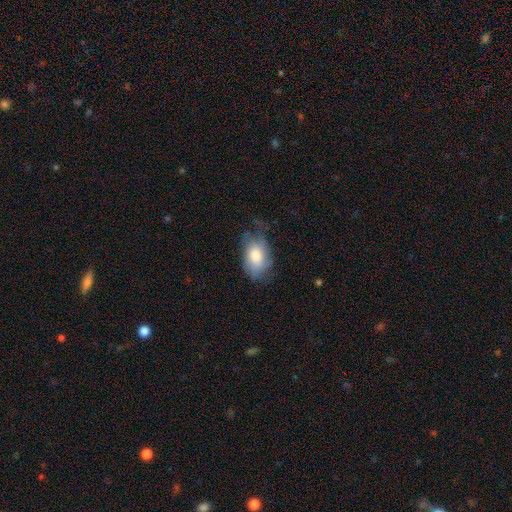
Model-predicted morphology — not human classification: A smooth galaxy with no disk features (74%) that is in between round and cigar-shaped (90%). Merging: none (50%).